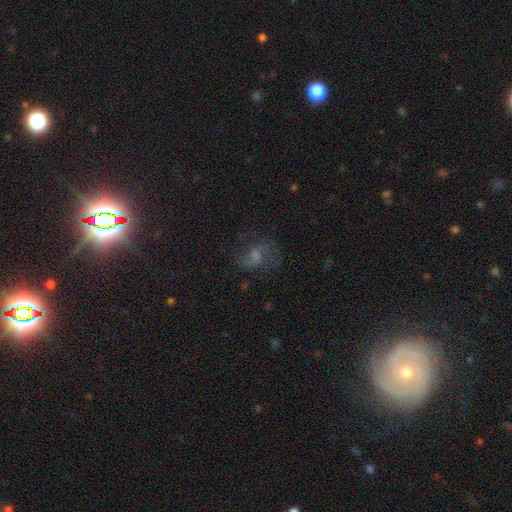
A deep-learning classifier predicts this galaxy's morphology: Q: Smooth or featured?
A: featured or disk (46%); runner-up: smooth (28%)
Q: Merging?
A: none (61%); runner-up: minor disturbance (19%)